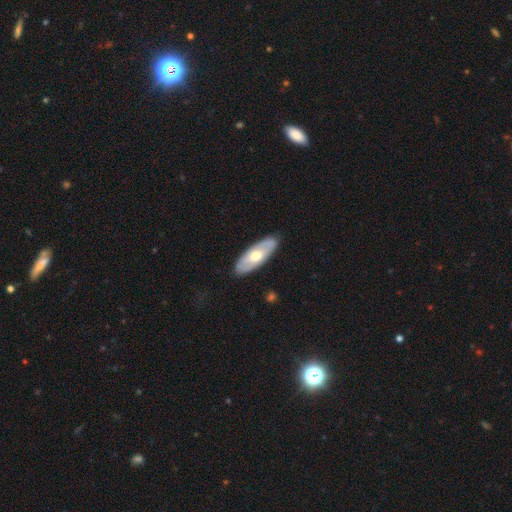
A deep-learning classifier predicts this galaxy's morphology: Smooth or featured? featured or disk (54%)
Edge-on disk? no (76%)
Merging? none (87%)